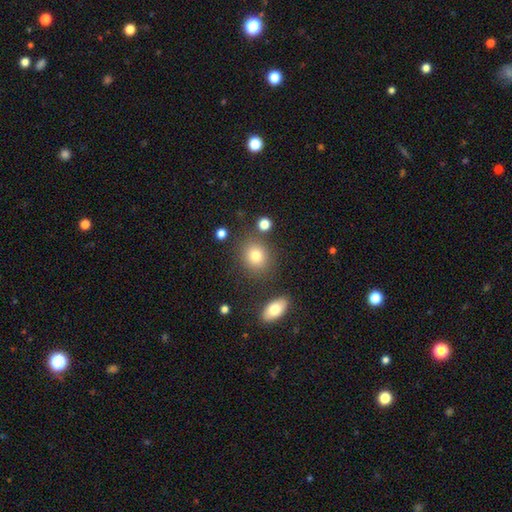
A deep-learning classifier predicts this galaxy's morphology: A smooth galaxy with no disk features (79%) that is round (73%).

Vote fractions:
- Smooth or featured? smooth: 79% / star or artifact: 12% / featured or disk: 9%
- How rounded? round: 73% / in between: 26% / cigar-shaped: 1%
- Merging? none: 80% / minor disturbance: 10% / merger: 6% / major disturbance: 4%